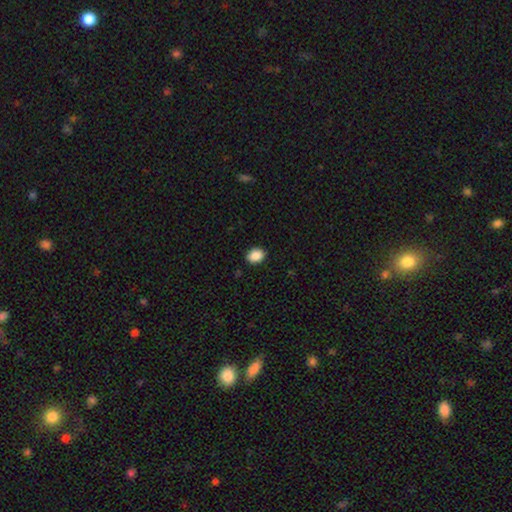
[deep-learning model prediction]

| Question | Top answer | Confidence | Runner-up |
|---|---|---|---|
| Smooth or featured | smooth | 88% | star or artifact (8%) |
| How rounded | in between | 63% | round (36%) |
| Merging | none | 89% | minor disturbance (9%) |